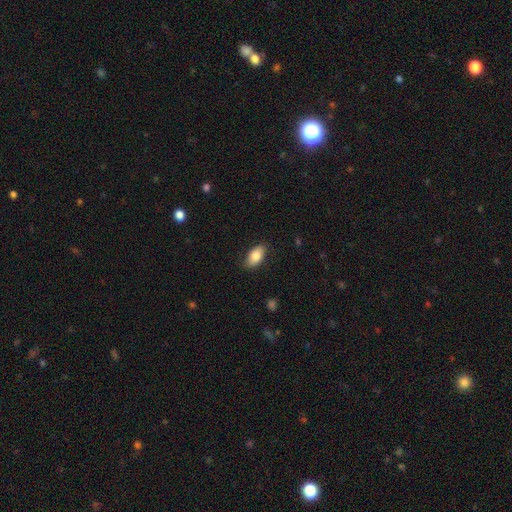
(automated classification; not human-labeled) smooth-or-featured: smooth: 82% | featured or disk: 12% | star or artifact: 6%
  how-rounded: in between: 93% | round: 4% | cigar-shaped: 3%
  merging: none: 83% | minor disturbance: 14% | major disturbance: 3% | merger: 1%